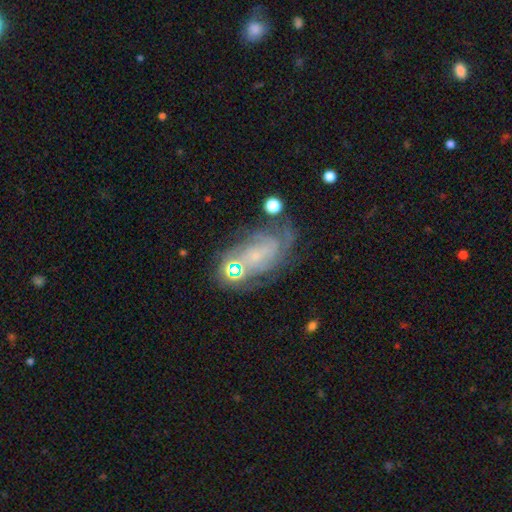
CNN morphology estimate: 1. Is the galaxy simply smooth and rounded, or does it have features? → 74% featured or disk, 16% smooth, 10% star or artifact.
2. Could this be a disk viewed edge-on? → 96% no, 4% yes.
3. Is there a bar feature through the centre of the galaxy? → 64% no, 29% weak, 7% strong.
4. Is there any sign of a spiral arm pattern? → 89% yes, 11% no.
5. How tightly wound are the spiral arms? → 53% tight, 35% medium, 12% loose.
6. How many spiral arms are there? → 39% can't tell, 27% 2, 16% 3, 7% 4, 6% 1, 5% more than 4.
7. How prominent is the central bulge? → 72% small, 13% moderate, 13% none, 2% large, 1% dominant.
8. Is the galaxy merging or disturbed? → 53% none, 20% minor disturbance, 14% major disturbance, 13% merger.